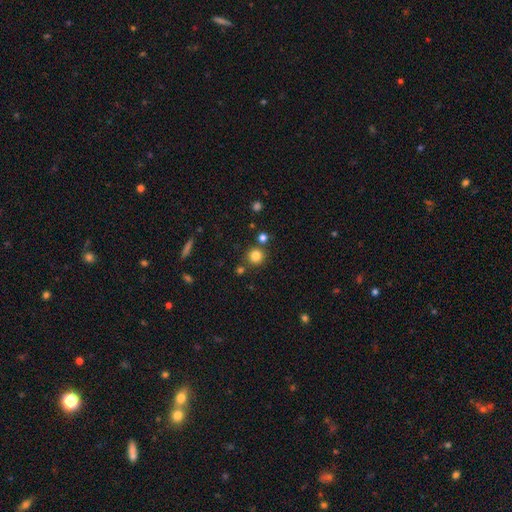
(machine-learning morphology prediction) The model was most divided on "smooth or featured": smooth: 81%, star or artifact: 13%, featured or disk: 6%. More confident: how rounded — round (94%); merging — none (82%).